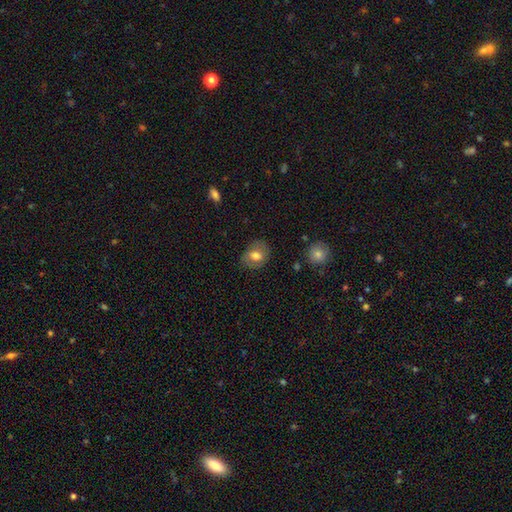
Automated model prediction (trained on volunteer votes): smooth-or-featured: smooth: 64% | featured or disk: 28% | star or artifact: 8%
  how-rounded: in between: 56% | round: 43% | cigar-shaped: 1%
  merging: none: 78% | minor disturbance: 16% | major disturbance: 5% | merger: 1%